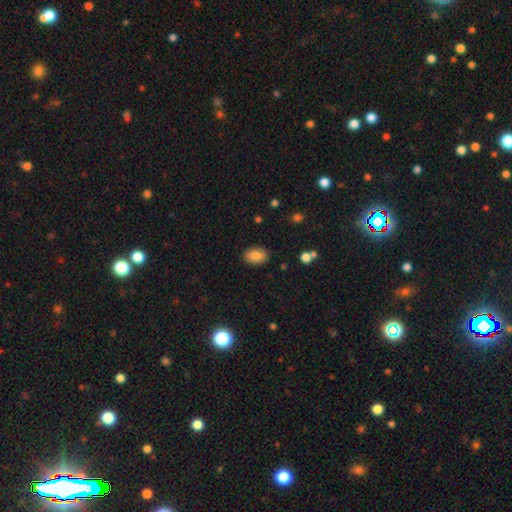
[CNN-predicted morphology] This is clearly a smooth galaxy (85%). How rounded: clearly in between (89%). Merging: clearly none (88%).